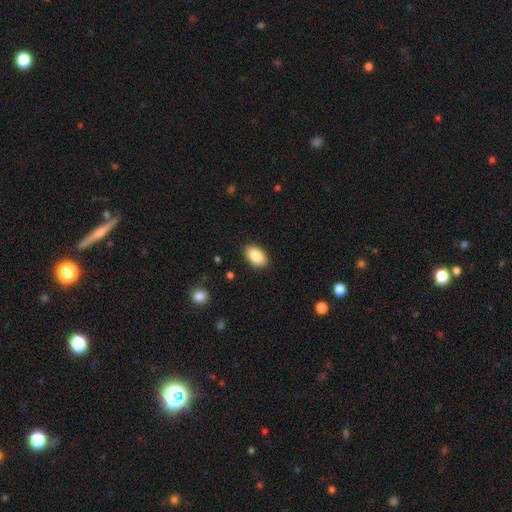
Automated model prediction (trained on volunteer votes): smooth_or_featured: smooth (p=0.88) [alt: star or artifact p=0.07]
how_rounded: in between (p=0.93) [alt: round p=0.06]
merging: none (p=0.89) [alt: minor disturbance p=0.08]